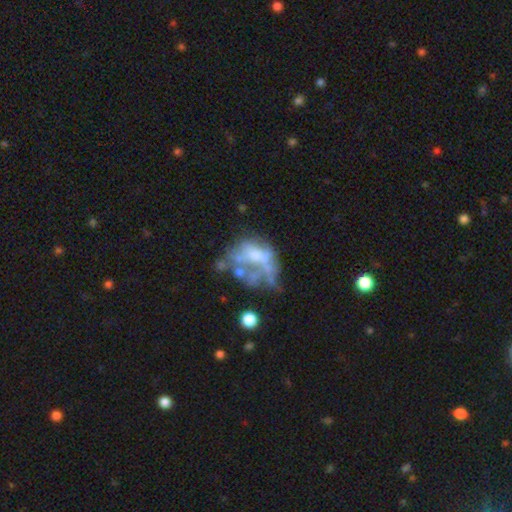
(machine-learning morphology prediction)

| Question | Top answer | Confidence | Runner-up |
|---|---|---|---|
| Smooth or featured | featured or disk | 60% | smooth (24%) |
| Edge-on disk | no | 98% | yes (2%) |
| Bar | no | 89% | weak (9%) |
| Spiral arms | no | 92% | yes (8%) |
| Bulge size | none | 46% | moderate (26%) |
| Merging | major disturbance | 32% | none (27%) |